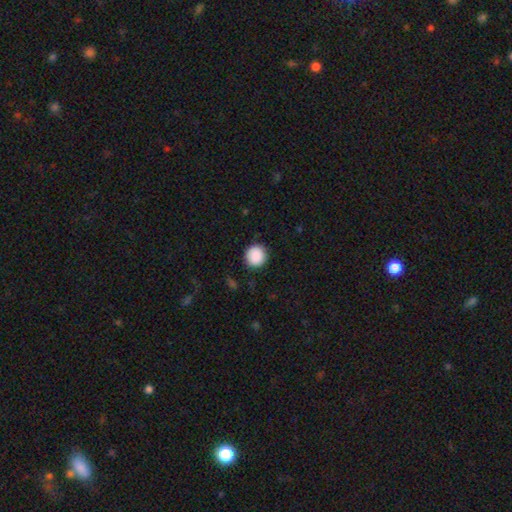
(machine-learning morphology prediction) This appears to be a smooth galaxy with no disk features (90%) that is round (93%). Merging: none (90%).